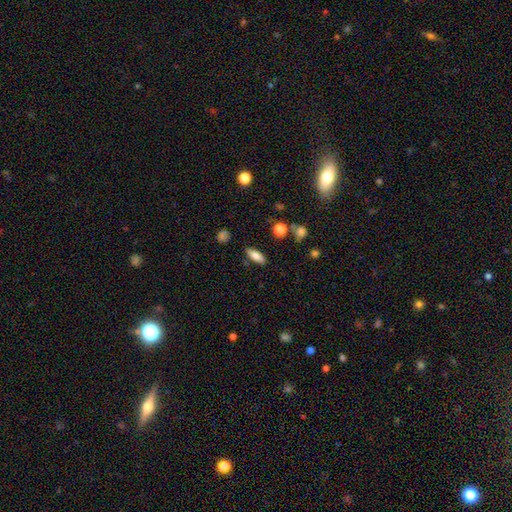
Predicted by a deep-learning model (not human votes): Smooth or featured? smooth (76%)
How rounded? in between (69%)
Merging? none (84%)